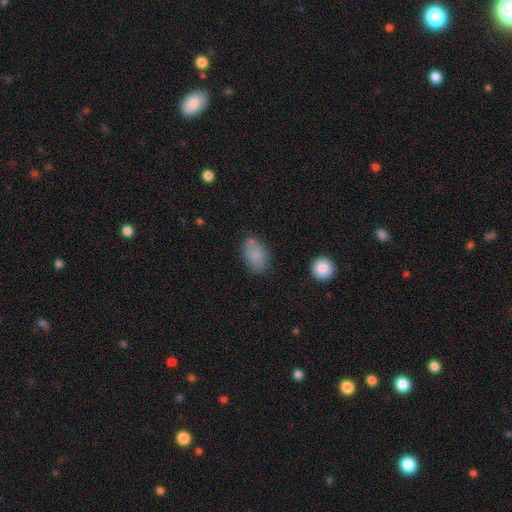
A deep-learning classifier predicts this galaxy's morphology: A smooth galaxy with no disk features (84%) that is in between round and cigar-shaped (88%).

Vote fractions:
- Smooth or featured? smooth: 84% / featured or disk: 8% / star or artifact: 8%
- How rounded? in between: 88% / round: 11% / cigar-shaped: 1%
- Merging? none: 70% / minor disturbance: 20% / major disturbance: 6% / merger: 4%